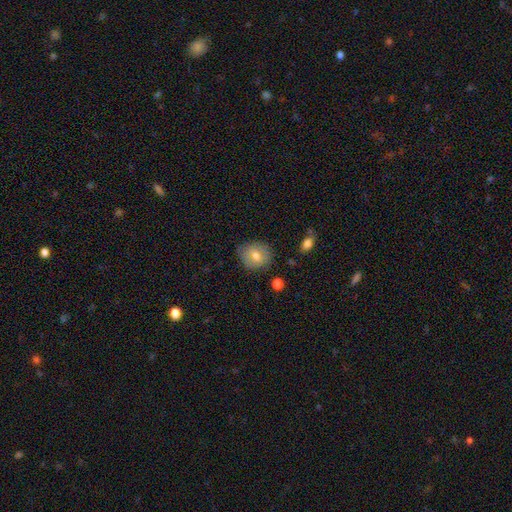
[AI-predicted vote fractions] Overall: smooth (73%). How rounded: round (74%). Merging: none (77%).